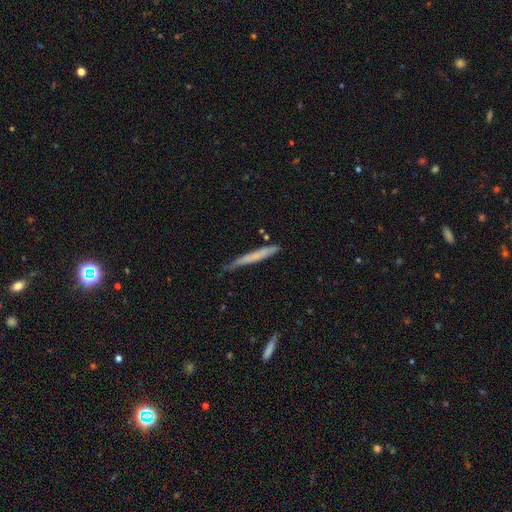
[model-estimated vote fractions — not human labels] This is possibly a smooth galaxy (57%). How rounded: clearly cigar-shaped (96%). Merging: likely none (70%).